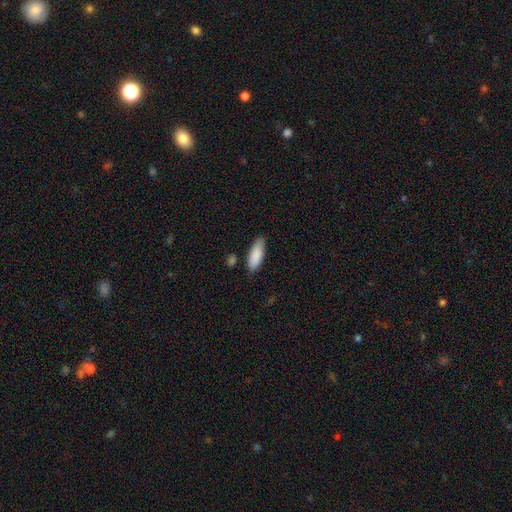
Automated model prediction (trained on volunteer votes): Smooth or featured: smooth — 88% (featured or disk — 6%)
How rounded: in between — 68% (cigar-shaped — 30%)
Merging: none — 80% (minor disturbance — 14%)